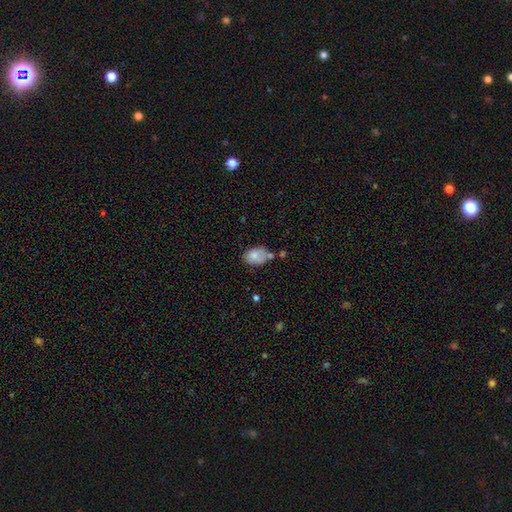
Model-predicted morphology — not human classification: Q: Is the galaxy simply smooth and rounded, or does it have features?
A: smooth — 77%.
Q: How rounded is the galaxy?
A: in between — 85%.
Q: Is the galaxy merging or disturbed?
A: none — 49%.